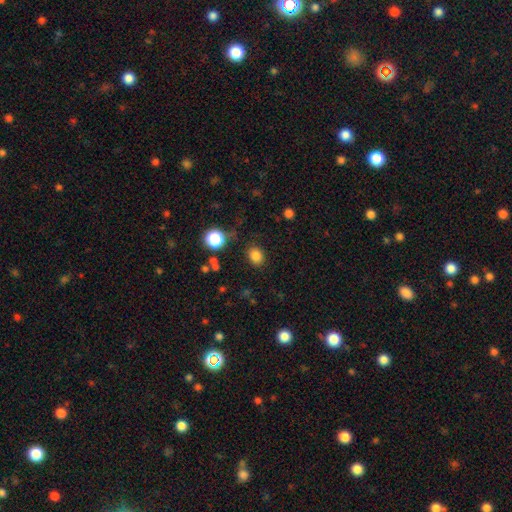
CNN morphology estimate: Smooth or featured: smooth — 82% (star or artifact — 13%)
How rounded: round — 59% (in between — 41%)
Merging: none — 83% (minor disturbance — 10%)